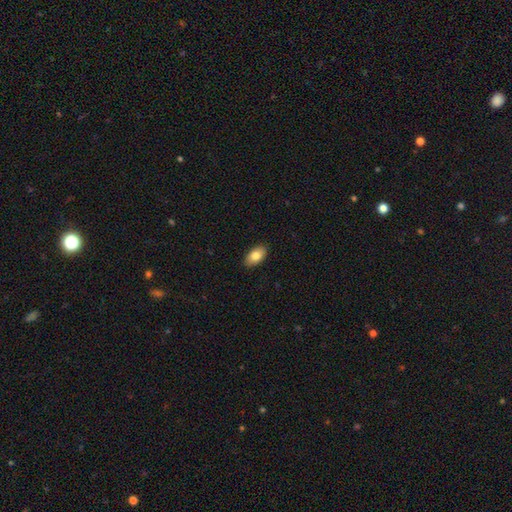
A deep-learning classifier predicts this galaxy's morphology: This appears to be a smooth galaxy with no disk features (83%) that is in between round and cigar-shaped (93%). Merging: none (89%).